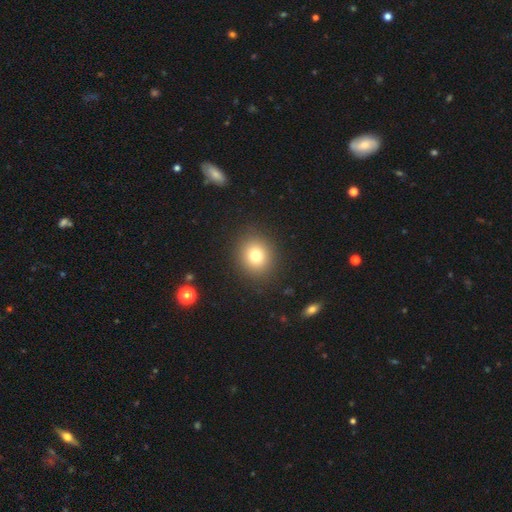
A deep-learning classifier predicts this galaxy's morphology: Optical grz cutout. It shows a smooth galaxy with no disk features (78%) that is round (78%). Merging: none (89%).